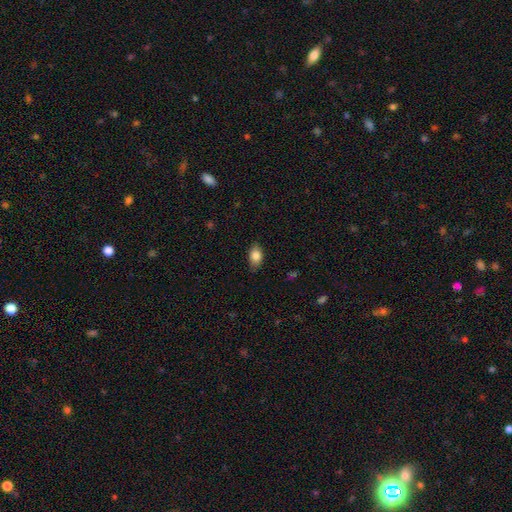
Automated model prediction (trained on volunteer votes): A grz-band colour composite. It shows a smooth galaxy with no disk features (83%) that is in between round and cigar-shaped (88%). Merging: none (81%).